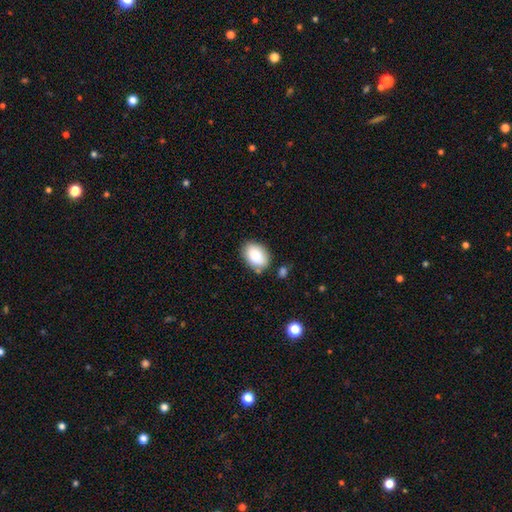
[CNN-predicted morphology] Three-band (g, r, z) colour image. It shows a smooth galaxy with no disk features (87%) that is in between round and cigar-shaped (84%). Merging: none (77%).